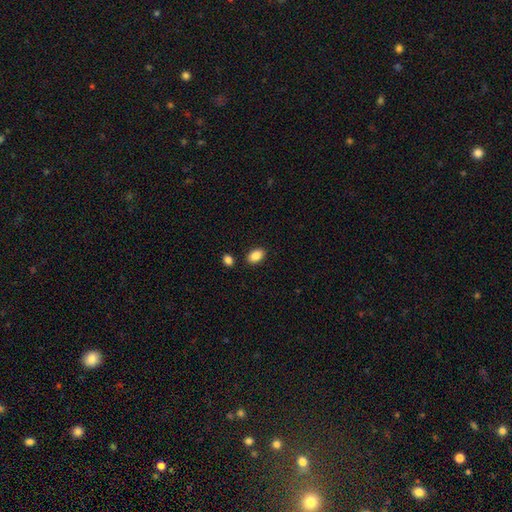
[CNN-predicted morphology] Overall: smooth (88%). How rounded: in between (89%). Merging: none (86%).